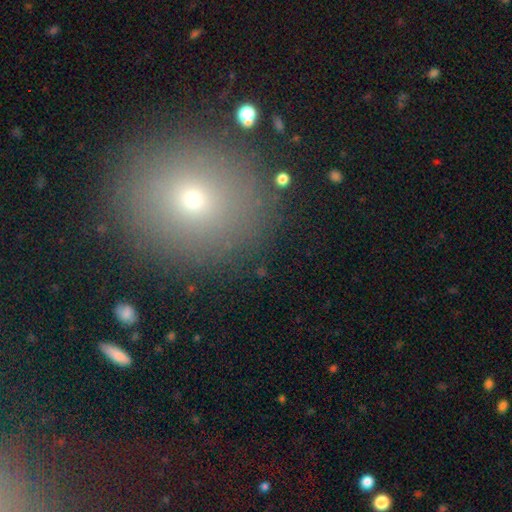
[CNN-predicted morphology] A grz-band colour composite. It shows a smooth galaxy with no disk features (64%) that is round (74%). Merging: none (87%).